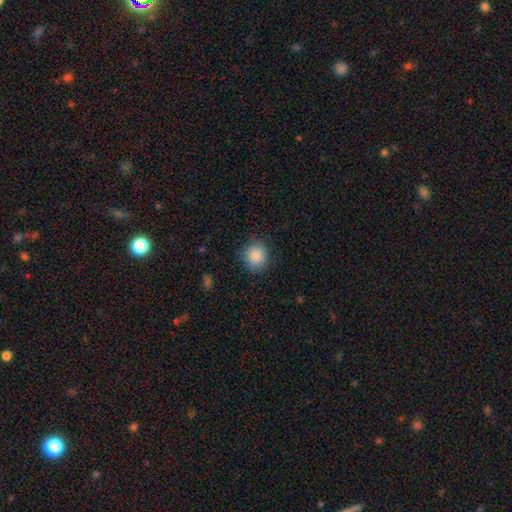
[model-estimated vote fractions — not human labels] Smooth or featured?
  - smooth: 88% *
  - star or artifact: 8%
  - featured or disk: 4%
How rounded?
  - round: 84% *
  - in between: 16%
  - cigar-shaped: 1%
Merging?
  - none: 86% *
  - minor disturbance: 10%
  - major disturbance: 3%
  - merger: 1%